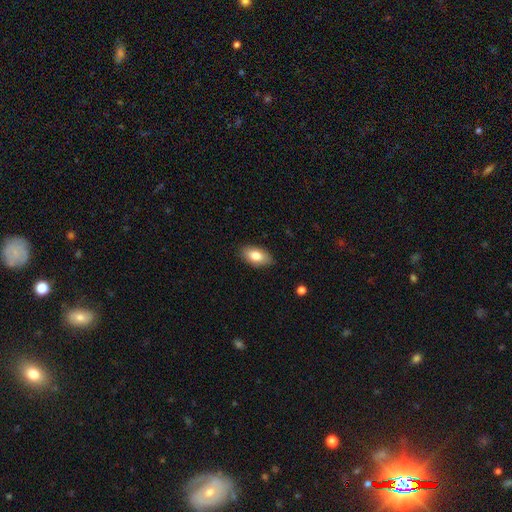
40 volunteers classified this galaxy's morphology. Q: Smooth or featured?
A: smooth (75%); runner-up: featured or disk (12%)
Q: How rounded?
A: in between (93%); runner-up: round (7%)
Q: Merging?
A: none (83%); runner-up: minor disturbance (14%)